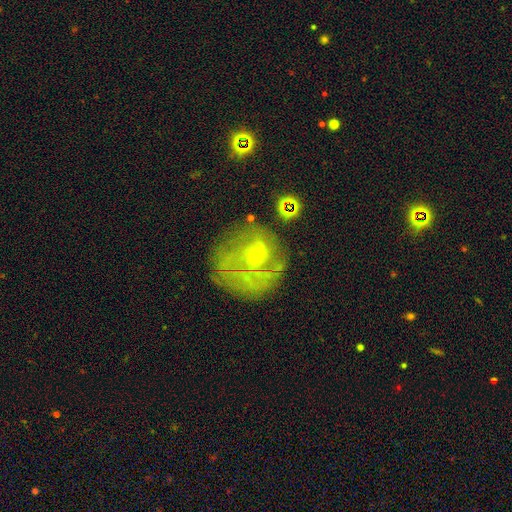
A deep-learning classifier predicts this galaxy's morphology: type=featured or disk (63%); edge-on=no (98%); bar=no (67%); spiral arms=yes (64%); bulge=none (34%); merging=none (52%).